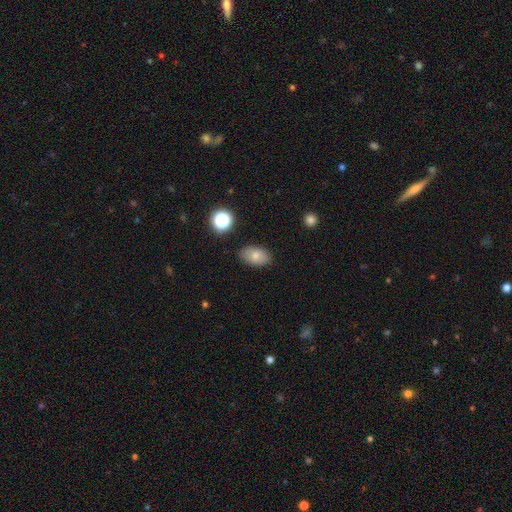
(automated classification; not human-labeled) A smooth galaxy with no disk features (78%) that is in between round and cigar-shaped (89%). Merging: none (85%).